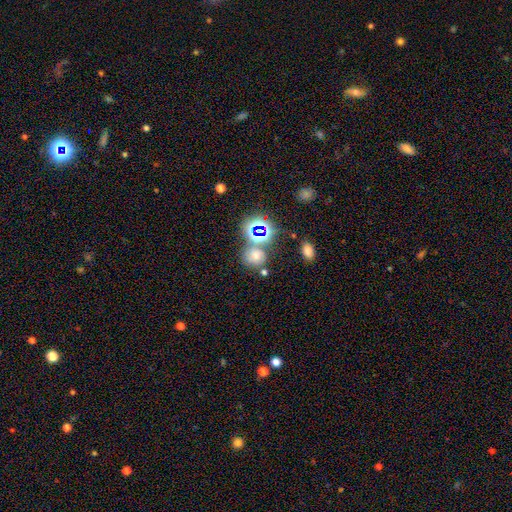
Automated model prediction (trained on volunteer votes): The model was most divided on "smooth or featured": smooth: 56%, star or artifact: 32%, featured or disk: 12%. More confident: how rounded — round (75%); merging — none (64%).